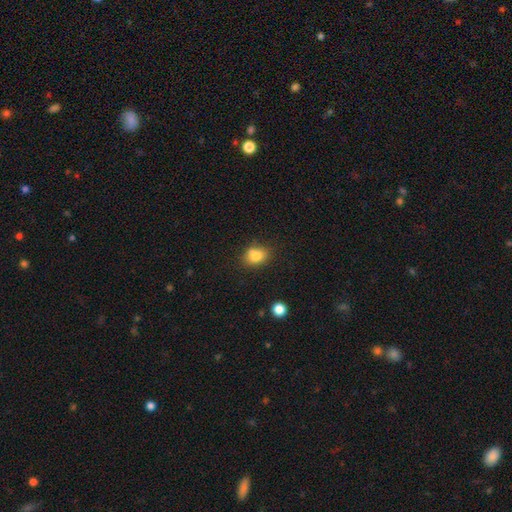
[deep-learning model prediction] The model was most divided on "how rounded": in between: 56%, round: 43%, cigar-shaped: 1%. More confident: smooth or featured — smooth (80%); merging — none (62%).